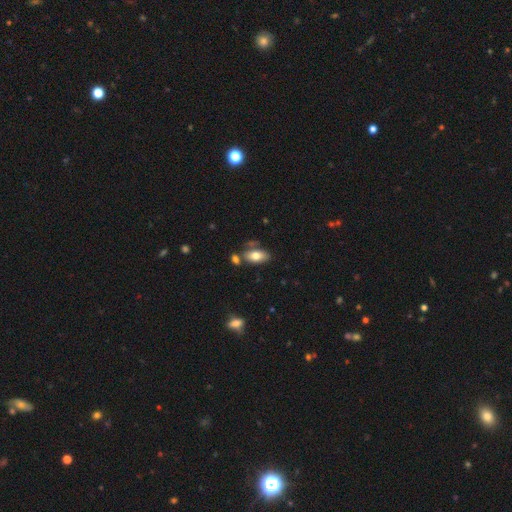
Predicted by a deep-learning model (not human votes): Morphology: type=smooth (77%); roundness=in between (92%); merging=none (63%).